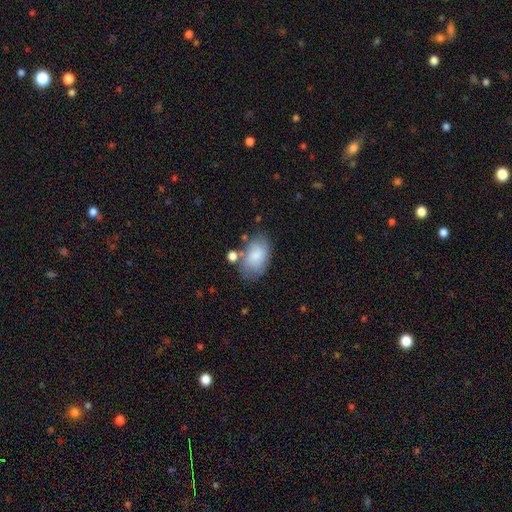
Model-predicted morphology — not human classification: smooth-or-featured: smooth: 78% | featured or disk: 15% | star or artifact: 7%
  how-rounded: in between: 90% | round: 9% | cigar-shaped: 1%
  merging: none: 58% | minor disturbance: 23% | merger: 11% | major disturbance: 8%